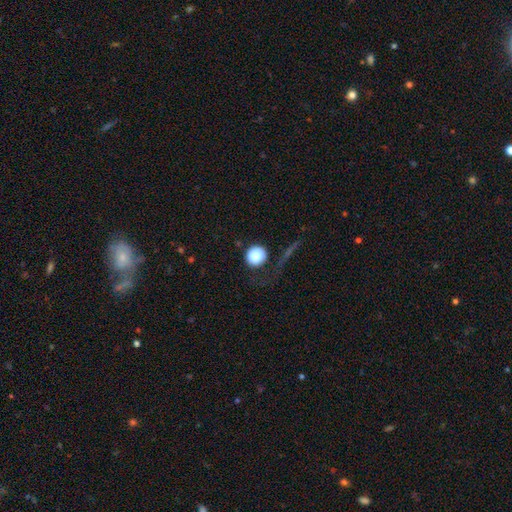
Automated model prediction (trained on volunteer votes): This is clearly a smooth galaxy (86%). How rounded: clearly round (94%). Merging: likely none (65%).